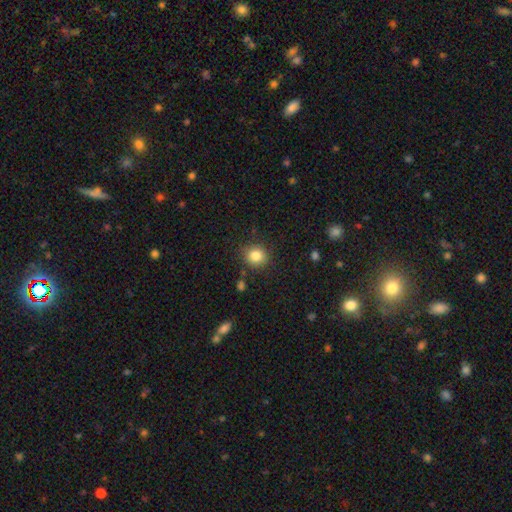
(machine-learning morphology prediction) Overall: smooth (84%). How rounded: round (84%). Merging: none (86%).